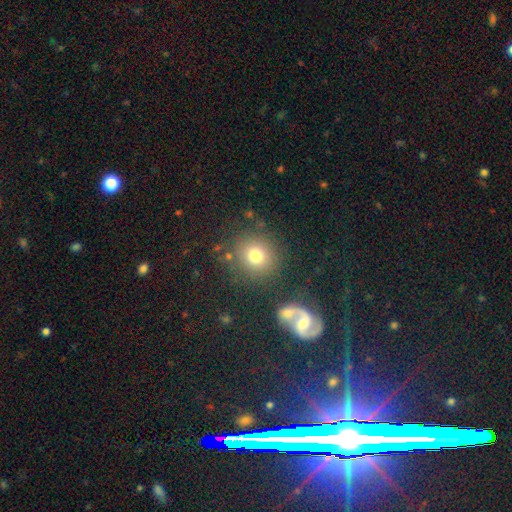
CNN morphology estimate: Smooth or featured?
  - smooth: 75% *
  - star or artifact: 14%
  - featured or disk: 11%
How rounded?
  - round: 89% *
  - in between: 10%
  - cigar-shaped: 1%
Merging?
  - none: 82% *
  - minor disturbance: 9%
  - merger: 6%
  - major disturbance: 4%